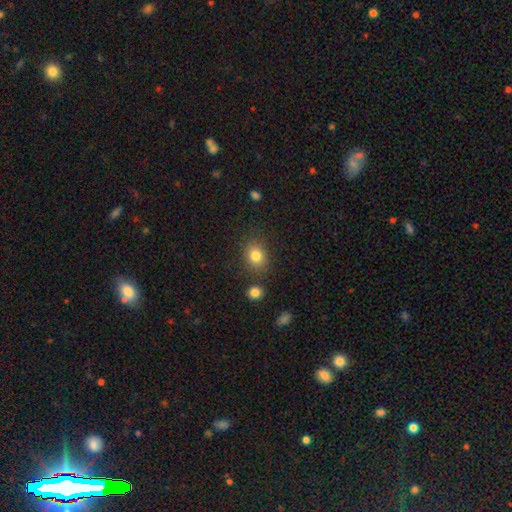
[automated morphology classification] This is clearly a smooth galaxy (82%). How rounded: possibly round (54%). Merging: clearly none (81%).